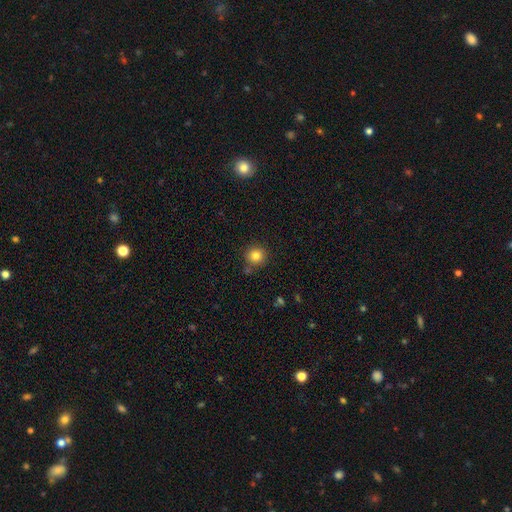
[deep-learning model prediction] smooth_or_featured: smooth (p=0.83) [alt: star or artifact p=0.12]
how_rounded: round (p=0.92) [alt: in between p=0.07]
merging: none (p=0.80) [alt: minor disturbance p=0.10]